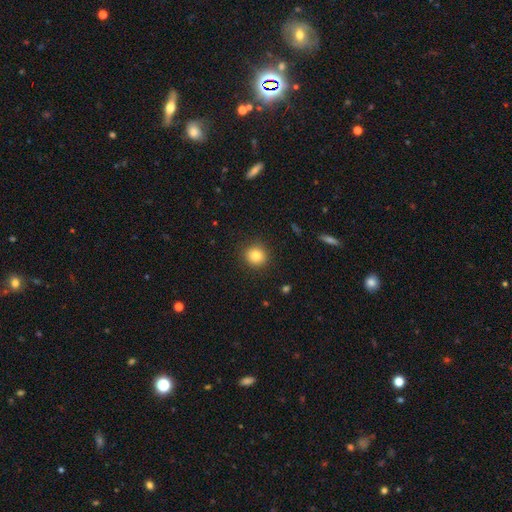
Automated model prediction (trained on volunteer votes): A smooth galaxy with no disk features (82%) that is round (90%). Merging: none (90%).